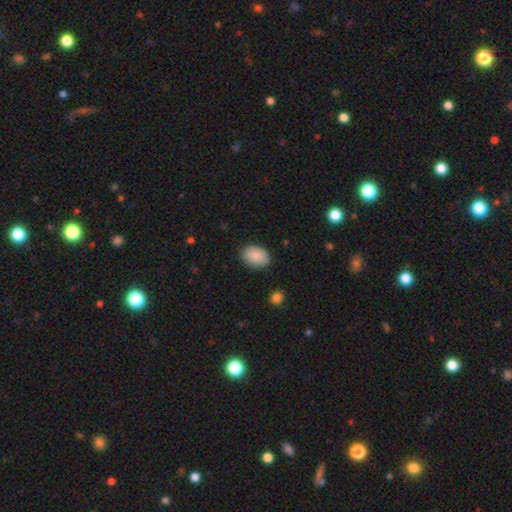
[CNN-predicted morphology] Smooth or featured?
  - smooth: 89% *
  - star or artifact: 7%
  - featured or disk: 5%
How rounded?
  - in between: 82% *
  - round: 17%
  - cigar-shaped: 1%
Merging?
  - none: 85% *
  - minor disturbance: 11%
  - major disturbance: 2%
  - merger: 1%